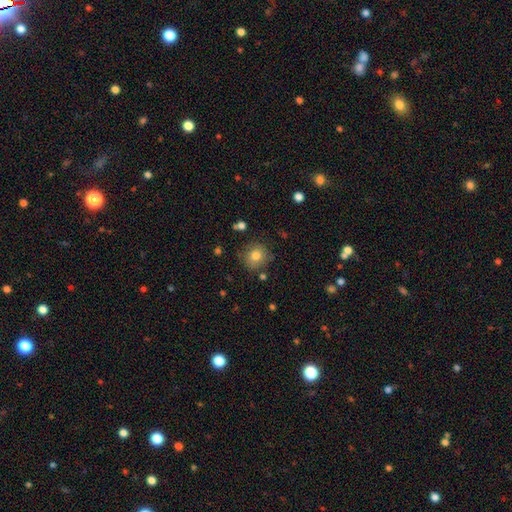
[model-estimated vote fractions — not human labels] Smooth or featured: smooth — 80% (star or artifact — 11%)
How rounded: round — 87% (in between — 13%)
Merging: none — 81% (minor disturbance — 13%)